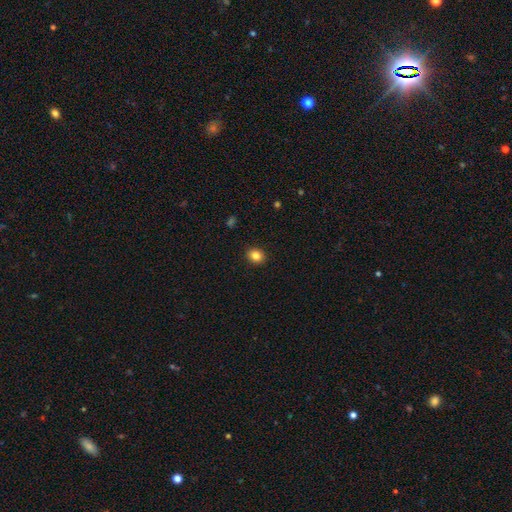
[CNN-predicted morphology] Smooth or featured: smooth — 84% (star or artifact — 11%)
How rounded: round — 65% (in between — 35%)
Merging: none — 91% (minor disturbance — 6%)